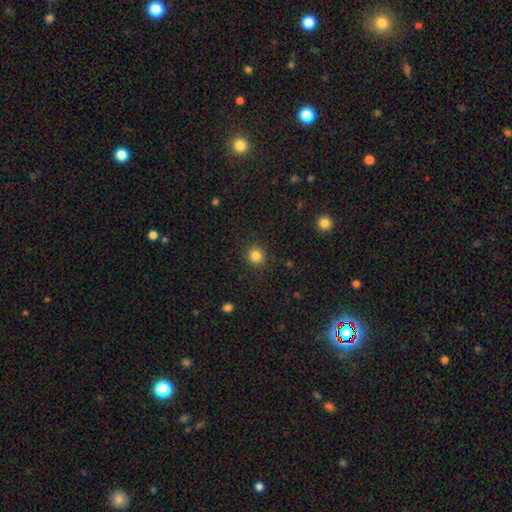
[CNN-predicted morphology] type=smooth (84%); roundness=round (89%); merging=none (90%).